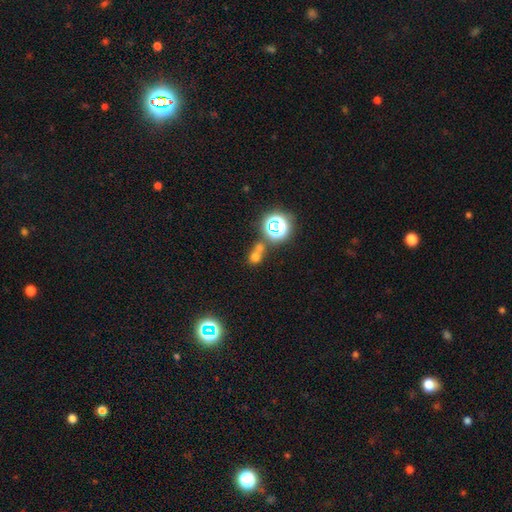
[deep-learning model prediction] Smooth or featured?
  - smooth: 59% *
  - star or artifact: 29%
  - featured or disk: 11%
How rounded?
  - round: 71% *
  - in between: 27%
  - cigar-shaped: 2%
Merging?
  - merger: 45% *
  - none: 41%
  - minor disturbance: 8%
  - major disturbance: 5%